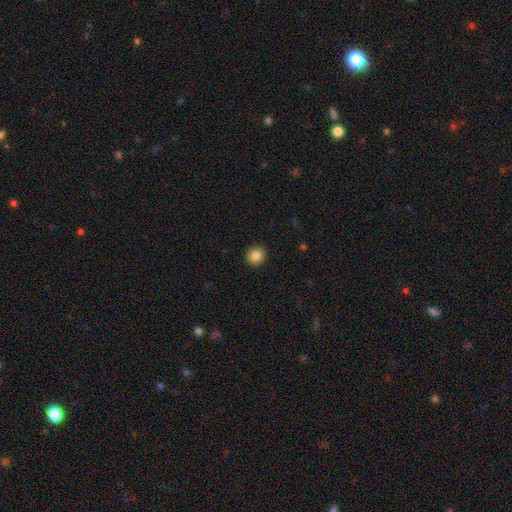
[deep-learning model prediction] smooth 85%, star or artifact 10%, featured or disk 6%. Down the decision tree: how rounded — round (90%); merging — none (92%).